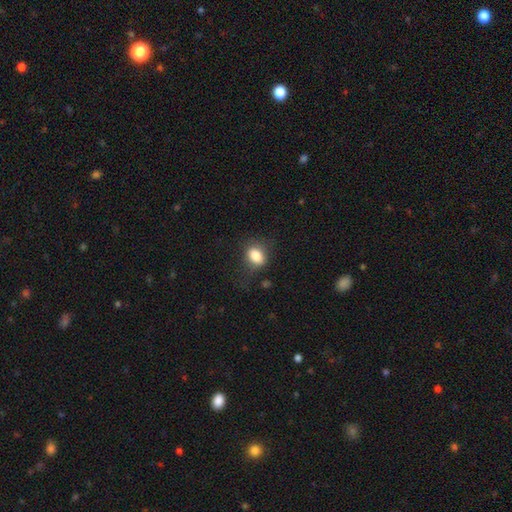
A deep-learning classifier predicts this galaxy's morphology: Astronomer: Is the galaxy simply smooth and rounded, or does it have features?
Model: smooth — 83%.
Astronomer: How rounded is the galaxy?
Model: in between — 70%.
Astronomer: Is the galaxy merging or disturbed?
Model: none — 69%.